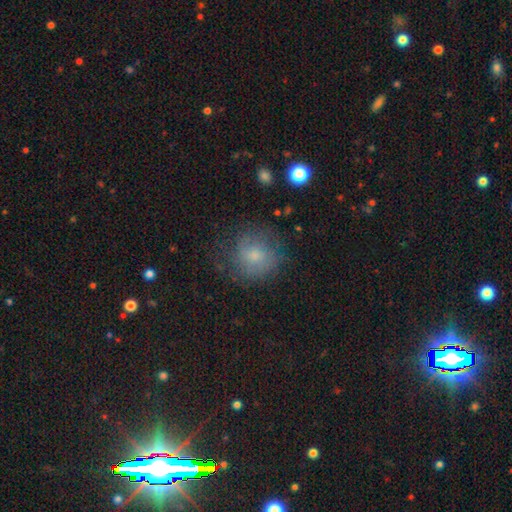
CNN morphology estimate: Smooth or featured? Predicted: smooth (p=0.66). How rounded? Predicted: round (p=0.84). Merging? Predicted: none (p=0.65).